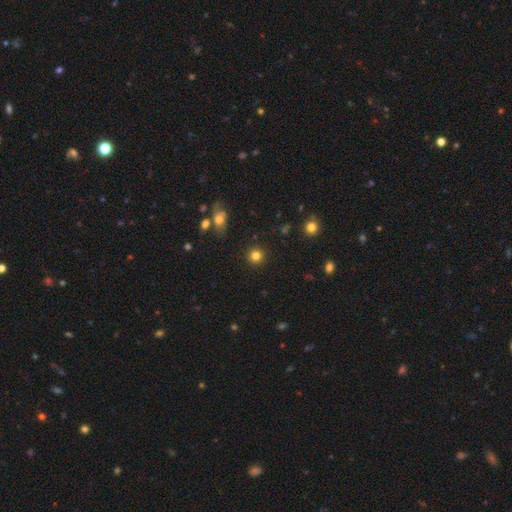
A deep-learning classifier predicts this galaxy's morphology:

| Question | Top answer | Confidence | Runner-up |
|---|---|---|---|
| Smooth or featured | smooth | 82% | star or artifact (13%) |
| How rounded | round | 93% | in between (6%) |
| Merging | none | 91% | minor disturbance (5%) |